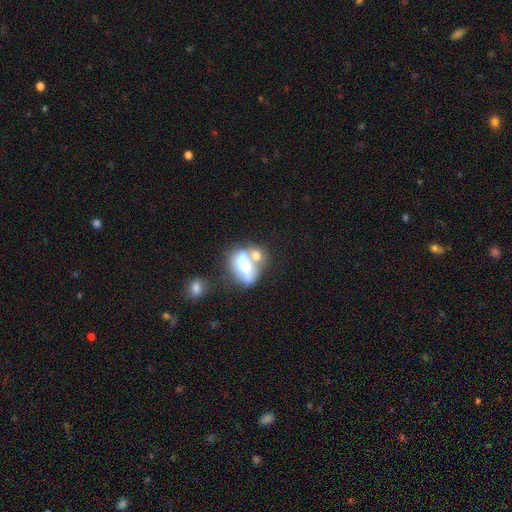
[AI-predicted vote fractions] A smooth galaxy with no disk features (46%). Merging: merger (49%).